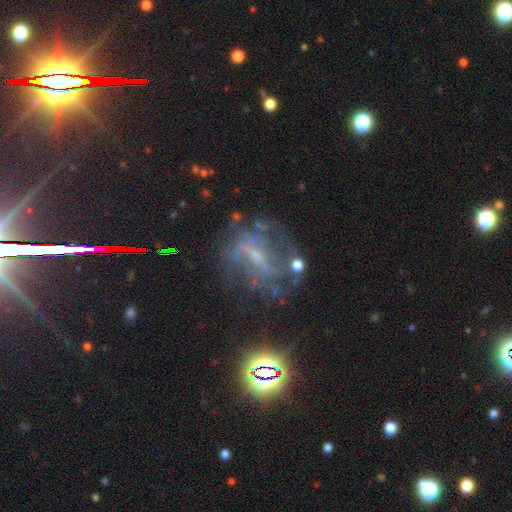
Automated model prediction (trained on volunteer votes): Smooth or featured: featured or disk — 64% (star or artifact — 23%)
Edge-on disk: no — 93% (yes — 7%)
Bar: weak — 45% (strong — 29%)
Spiral arms: yes — 66% (no — 34%)
Bulge size: small — 55% (moderate — 21%)
Merging: none — 53% (major disturbance — 22%)